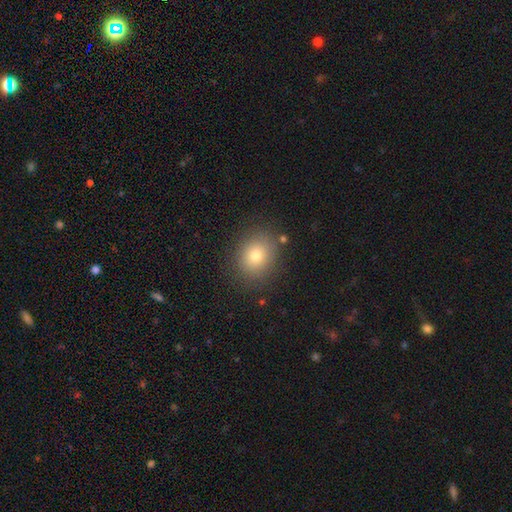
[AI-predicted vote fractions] Morphology: type=smooth (78%); roundness=round (63%); merging=none (84%).